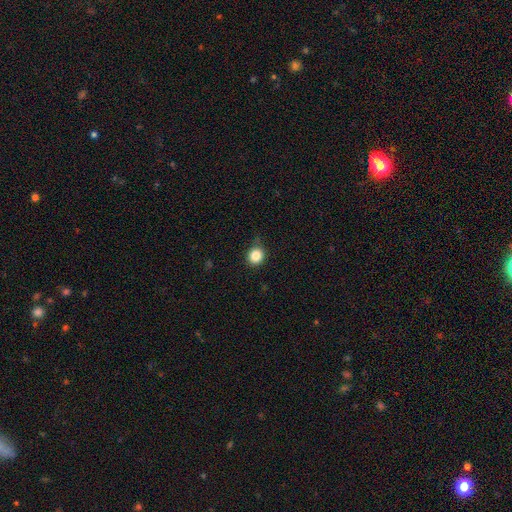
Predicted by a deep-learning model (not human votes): Smooth or featured? smooth (85%)
How rounded? round (86%)
Merging? none (80%)